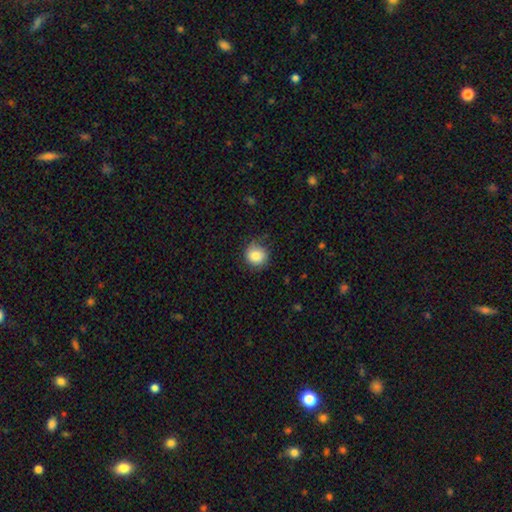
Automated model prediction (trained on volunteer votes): A smooth galaxy with no disk features (83%) that is round (88%). Merging: none (75%).